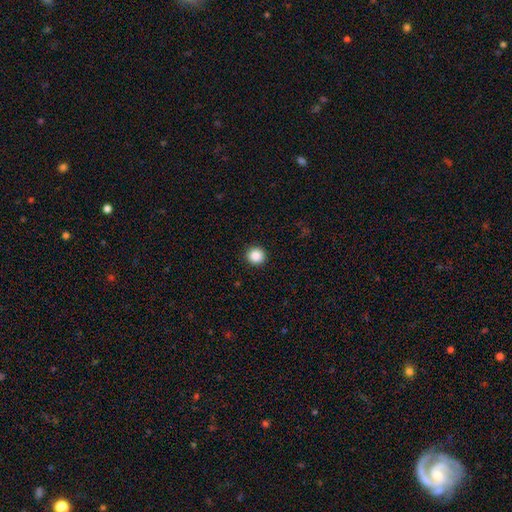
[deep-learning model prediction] Smooth or featured?
  - smooth: 88% *
  - star or artifact: 10%
  - featured or disk: 3%
How rounded?
  - round: 93% *
  - in between: 6%
  - cigar-shaped: 1%
Merging?
  - none: 92% *
  - minor disturbance: 5%
  - major disturbance: 2%
  - merger: 1%